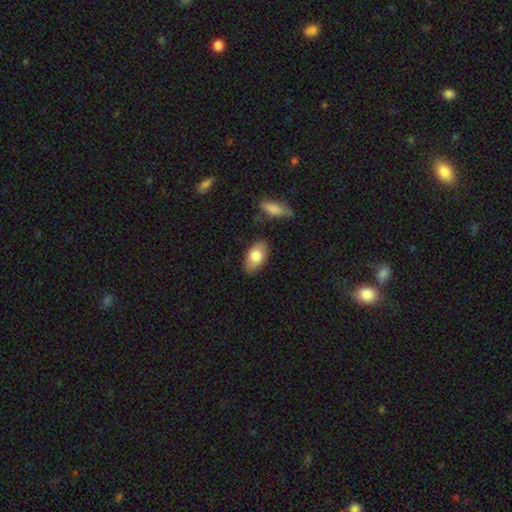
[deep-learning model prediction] This is likely a smooth galaxy (79%). How rounded: clearly in between (93%). Merging: clearly none (83%).